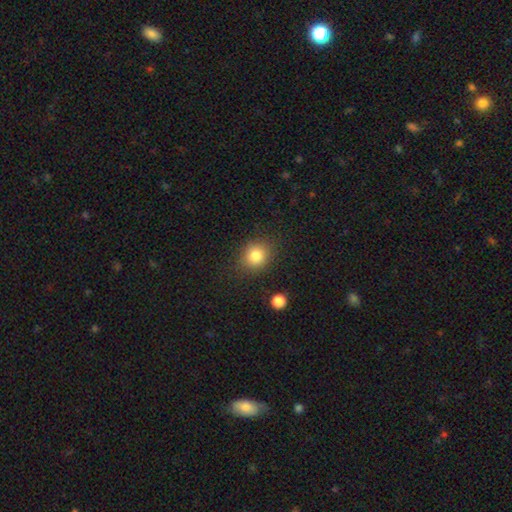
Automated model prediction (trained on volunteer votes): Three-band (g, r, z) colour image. It shows a smooth galaxy with no disk features (83%) that is round (67%). Merging: none (83%).